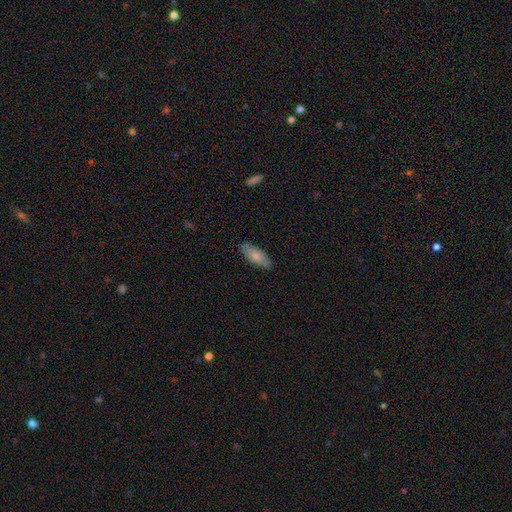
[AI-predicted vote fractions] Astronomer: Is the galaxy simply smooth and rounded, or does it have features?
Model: smooth — 73%.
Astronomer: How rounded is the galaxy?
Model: in between — 80%.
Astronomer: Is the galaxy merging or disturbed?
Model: none — 83%.